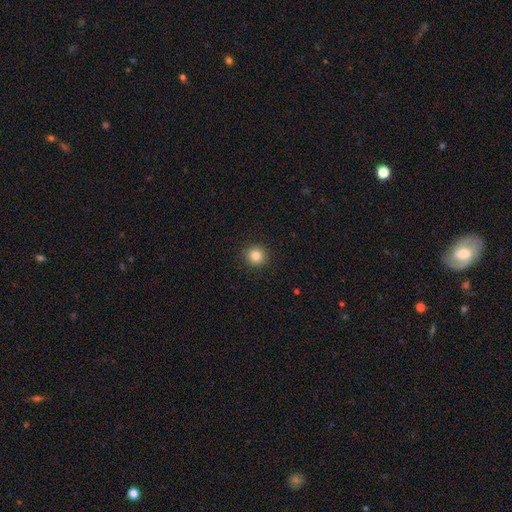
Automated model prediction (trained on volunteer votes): Smooth or featured? Predicted: smooth (p=0.84). How rounded? Predicted: round (p=0.94). Merging? Predicted: none (p=0.93).